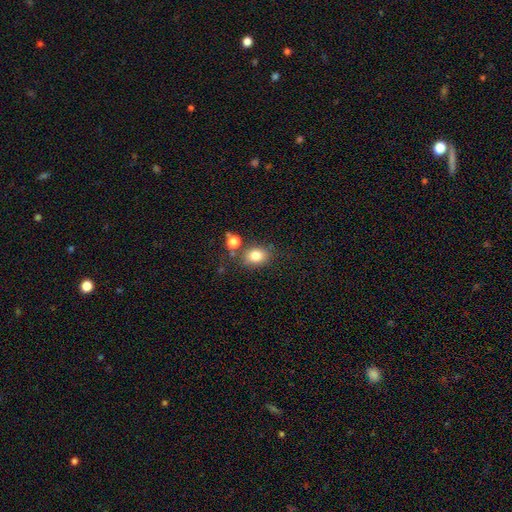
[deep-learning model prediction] Morphology: type=smooth (81%); roundness=in between (52%); merging=none (70%).